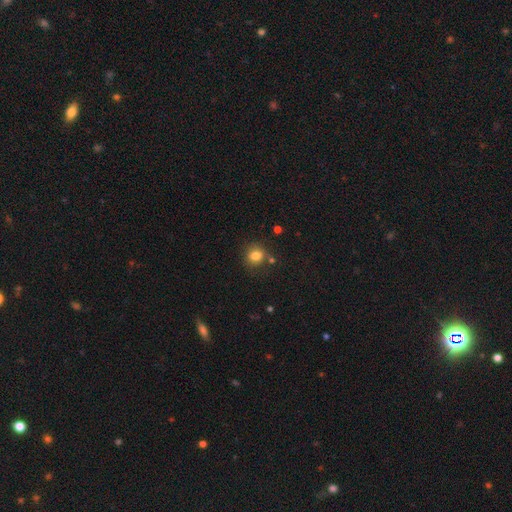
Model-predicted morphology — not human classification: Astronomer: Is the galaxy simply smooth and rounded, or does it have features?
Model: smooth — 81%.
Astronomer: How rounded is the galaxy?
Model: round — 78%.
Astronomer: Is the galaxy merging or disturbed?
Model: none — 75%.